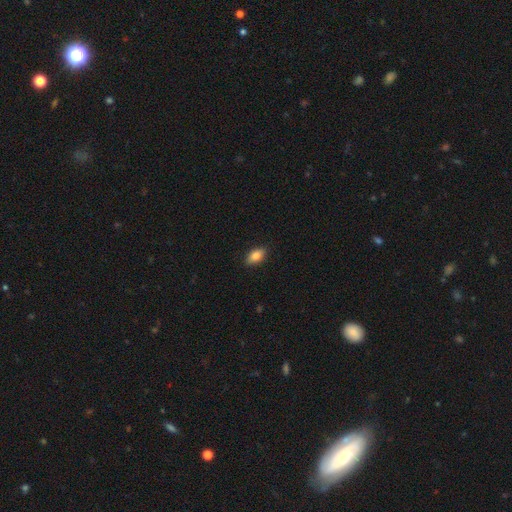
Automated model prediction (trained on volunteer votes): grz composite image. It shows a smooth galaxy with no disk features (84%) that is in between round and cigar-shaped (89%). Merging: none (88%).